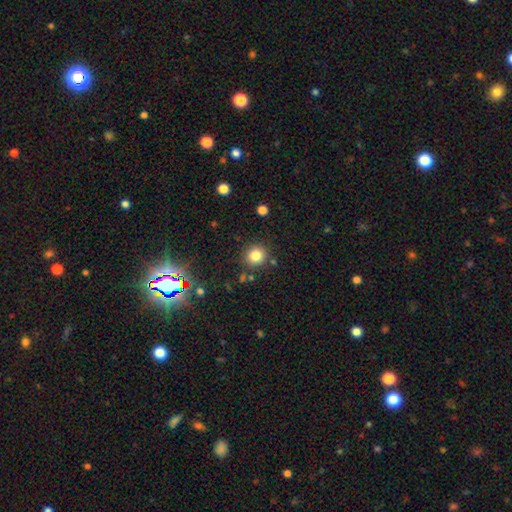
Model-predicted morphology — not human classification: smooth 81%, star or artifact 13%, featured or disk 6%. Down the decision tree: how rounded — round (91%); merging — none (86%).